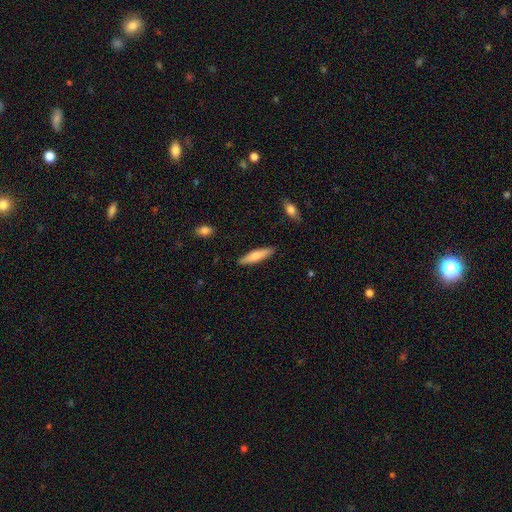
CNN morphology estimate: This is likely a smooth galaxy (74%). How rounded: likely cigar-shaped (79%). Merging: clearly none (89%).